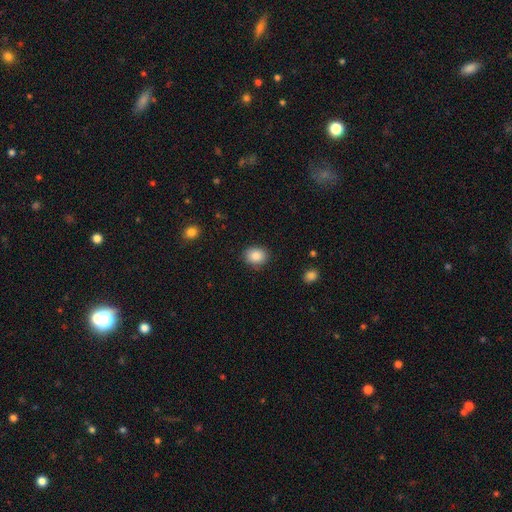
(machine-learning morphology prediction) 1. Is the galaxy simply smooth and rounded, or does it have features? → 87% smooth, 8% star or artifact, 5% featured or disk.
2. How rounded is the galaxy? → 56% round, 44% in between, 1% cigar-shaped.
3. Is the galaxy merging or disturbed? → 87% none, 9% minor disturbance, 3% major disturbance, 1% merger.